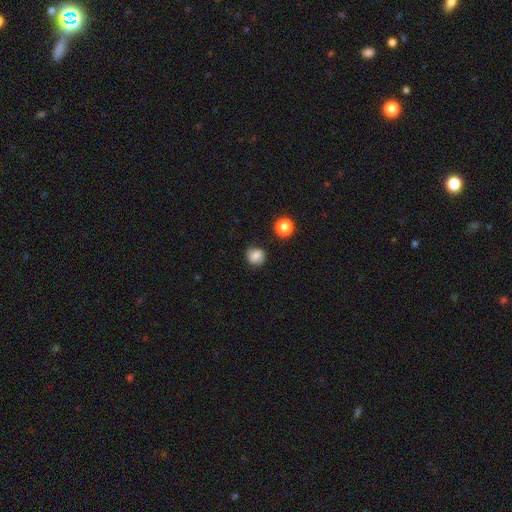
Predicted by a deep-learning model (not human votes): Smooth or featured?
  - smooth: 77% *
  - featured or disk: 12%
  - star or artifact: 11%
How rounded?
  - round: 85% *
  - in between: 14%
  - cigar-shaped: 1%
Merging?
  - none: 76% *
  - minor disturbance: 17%
  - major disturbance: 4%
  - merger: 3%